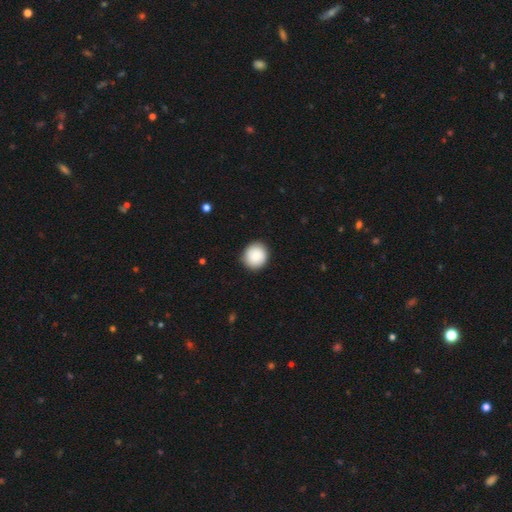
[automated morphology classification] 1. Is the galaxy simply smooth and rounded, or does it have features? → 86% smooth, 7% star or artifact, 7% featured or disk.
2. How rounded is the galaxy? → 89% round, 10% in between, 1% cigar-shaped.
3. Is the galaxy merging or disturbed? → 90% none, 8% minor disturbance, 2% major disturbance, 1% merger.